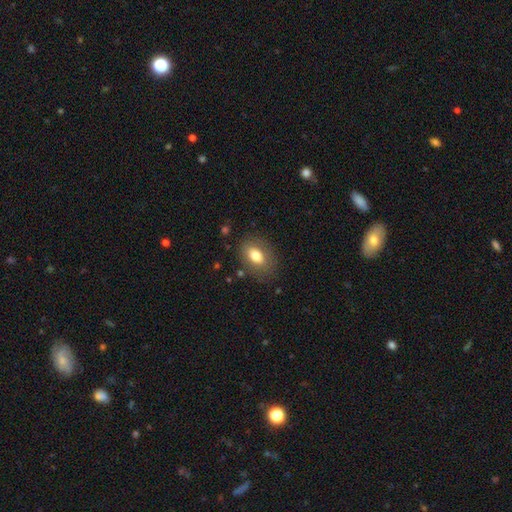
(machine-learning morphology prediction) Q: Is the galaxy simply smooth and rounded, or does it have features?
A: smooth — 75%.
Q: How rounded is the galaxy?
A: in between — 83%.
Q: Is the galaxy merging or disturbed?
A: none — 79%.